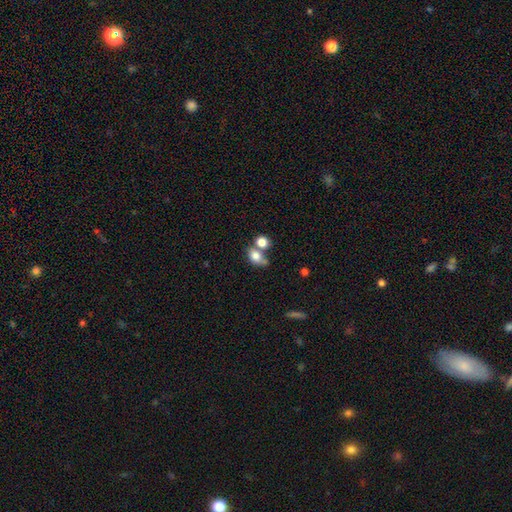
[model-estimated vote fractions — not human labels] Morphology: type=smooth (77%); roundness=in between (62%); merging=merger (46%).